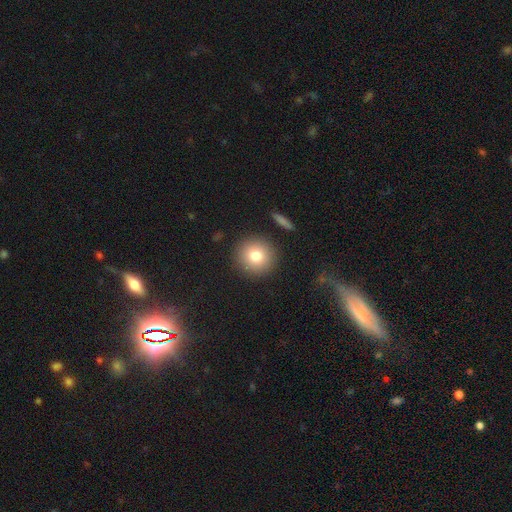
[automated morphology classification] This is likely a smooth galaxy (79%). How rounded: clearly round (93%). Merging: clearly none (89%).